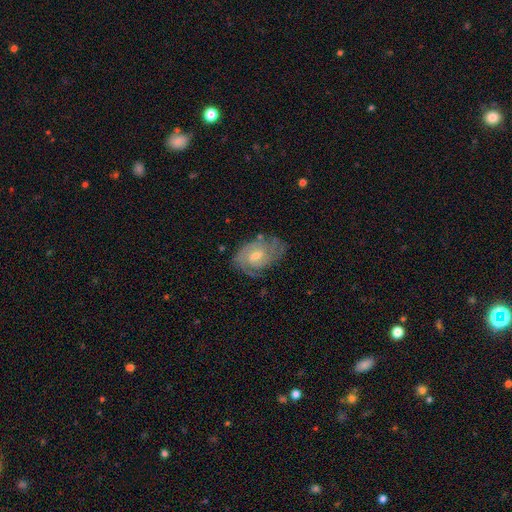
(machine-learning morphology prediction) featured or disk 79%, smooth 14%, star or artifact 7%. Down the decision tree: edge-on disk — no (96%); bar — weak (51%); spiral arms — yes (93%); spiral arm count — 2 (44%); spiral winding — tight (59%); bulge size — moderate (55%); merging — none (70%).